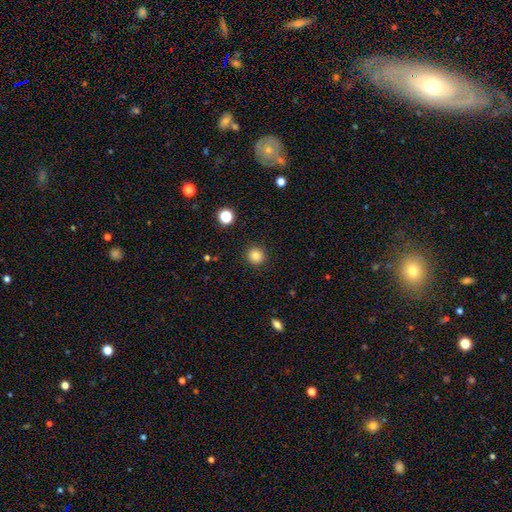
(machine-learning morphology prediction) smooth 83%, star or artifact 12%, featured or disk 5%. Down the decision tree: how rounded — round (93%); merging — none (91%).